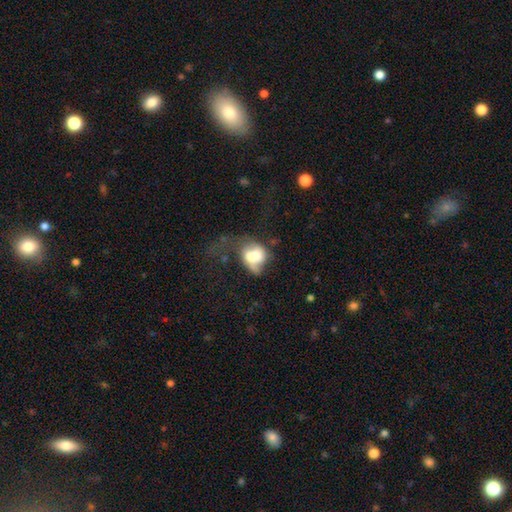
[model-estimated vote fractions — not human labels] Overall: smooth (53%; featured or disk 37%). How rounded: in between (58%; round 40%). Merging: major disturbance (35%; merger 34%).